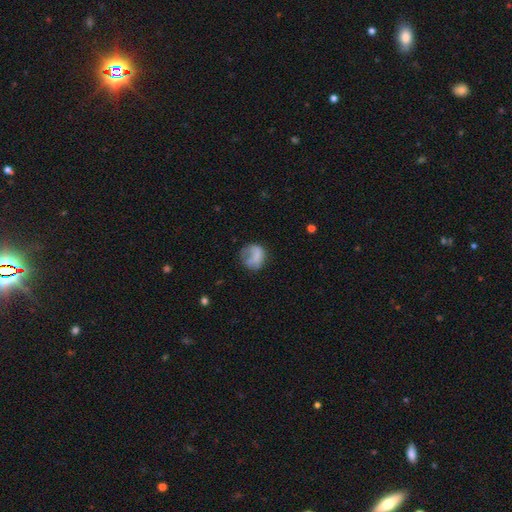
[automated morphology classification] type=smooth (68%); roundness=round (73%); merging=none (45%).